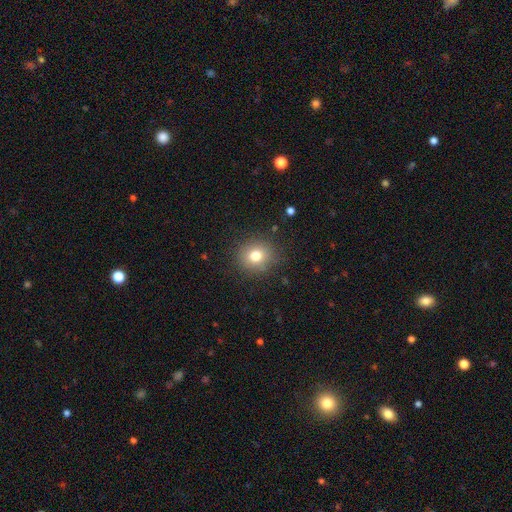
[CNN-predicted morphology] smooth_or_featured: smooth (p=0.77) [alt: star or artifact p=0.13]
how_rounded: round (p=0.80) [alt: in between p=0.19]
merging: none (p=0.87) [alt: minor disturbance p=0.09]